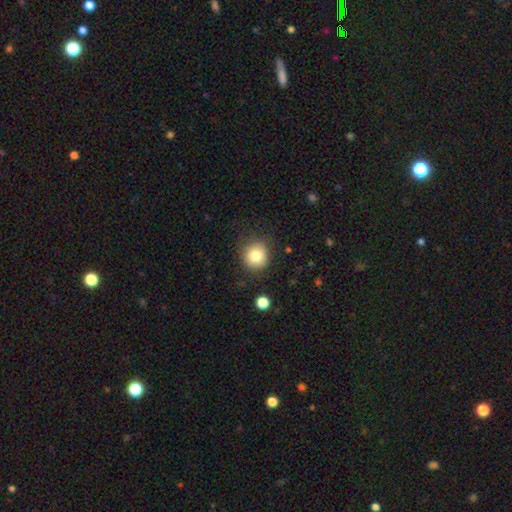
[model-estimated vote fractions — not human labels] Smooth or featured?
  - smooth: 81% *
  - star or artifact: 11%
  - featured or disk: 9%
How rounded?
  - round: 91% *
  - in between: 8%
  - cigar-shaped: 1%
Merging?
  - none: 83% *
  - minor disturbance: 11%
  - major disturbance: 4%
  - merger: 2%